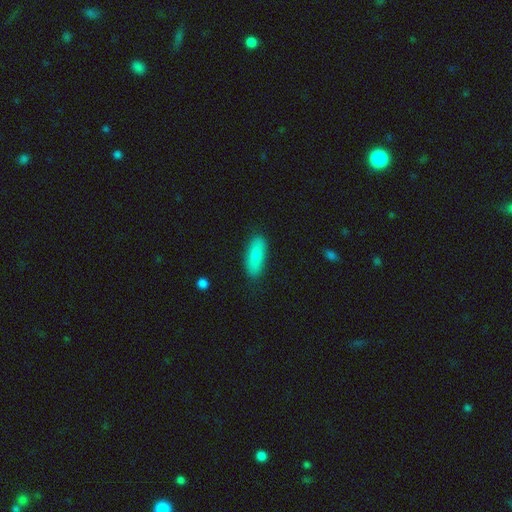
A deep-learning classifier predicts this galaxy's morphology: This is clearly a smooth galaxy (83%). How rounded: likely in between (65%). Merging: clearly none (85%).